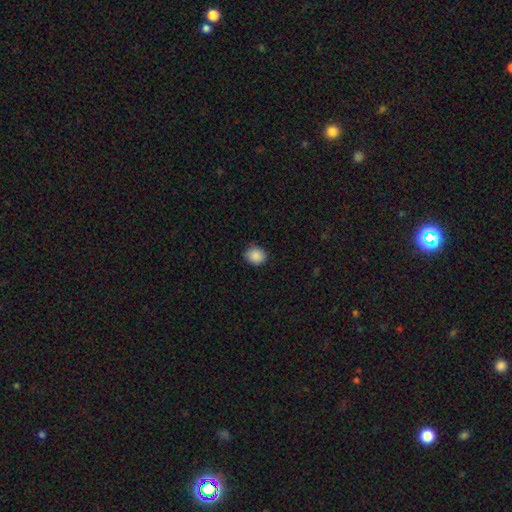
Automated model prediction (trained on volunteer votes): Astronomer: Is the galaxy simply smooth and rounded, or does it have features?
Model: smooth — 88%.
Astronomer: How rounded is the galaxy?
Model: round — 75%.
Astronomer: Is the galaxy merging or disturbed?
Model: none — 85%.